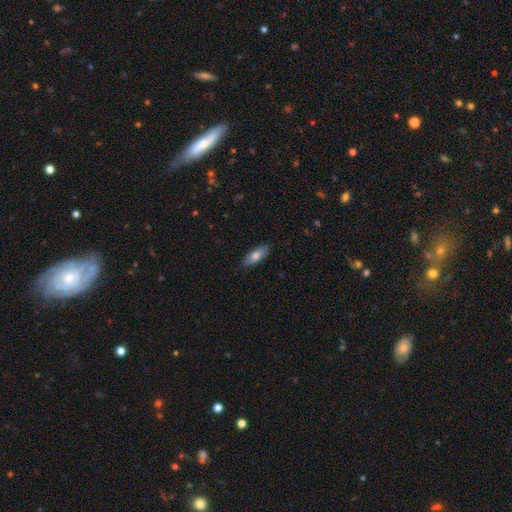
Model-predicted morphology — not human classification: smooth_or_featured: smooth (p=0.74) [alt: featured or disk p=0.20]
how_rounded: in between (p=0.68) [alt: cigar-shaped p=0.29]
merging: none (p=0.87) [alt: minor disturbance p=0.10]